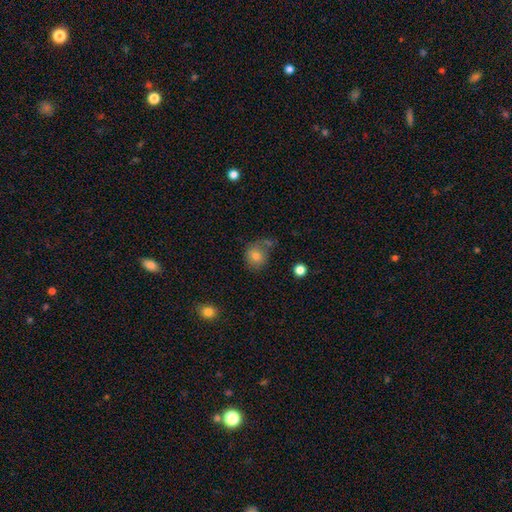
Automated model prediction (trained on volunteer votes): Morphology: type=smooth (78%); roundness=round (75%); merging=none (59%).